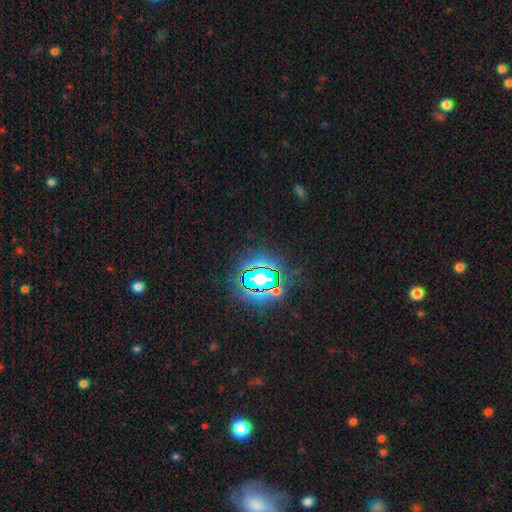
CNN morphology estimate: type=star or artifact (80%).